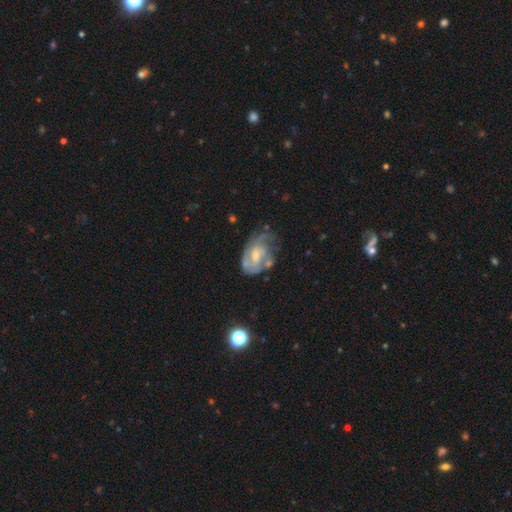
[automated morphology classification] A featured or disk galaxy (73%) with no bar (51%), tight (43%) spiral arms (79%) and a small central bulge (47%). Merging: none (41%).